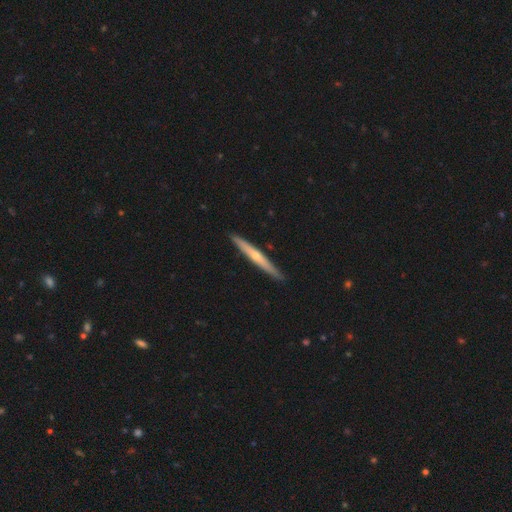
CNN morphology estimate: This appears to be a featured or disk galaxy (59%) viewed edge-on (96%) with a rounded central bulge (67%). Merging: none (91%).